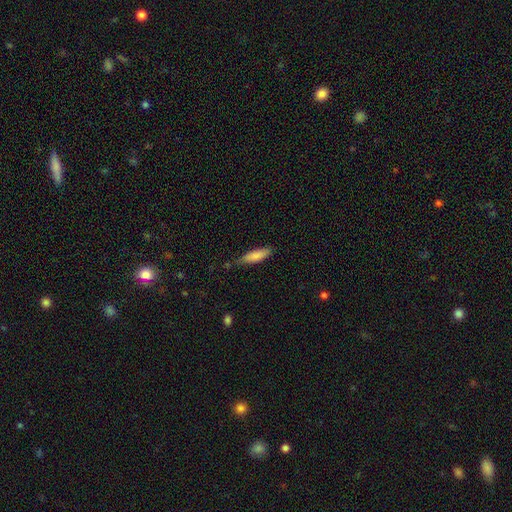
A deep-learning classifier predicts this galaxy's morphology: Q: Smooth or featured?
A: smooth (82%); runner-up: featured or disk (12%)
Q: How rounded?
A: cigar-shaped (60%); runner-up: in between (39%)
Q: Merging?
A: none (69%); runner-up: minor disturbance (24%)